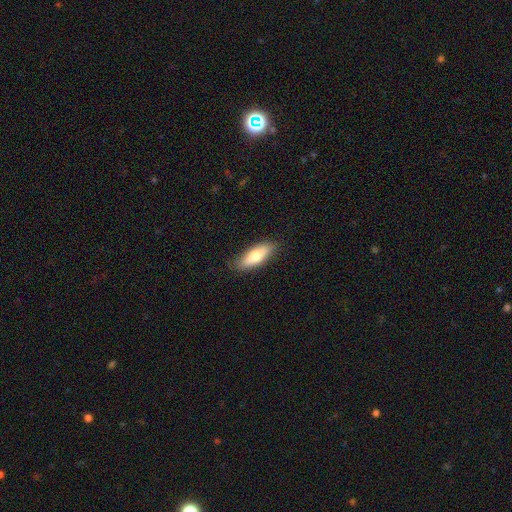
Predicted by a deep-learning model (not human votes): Smooth or featured? Predicted: smooth (p=0.73). How rounded? Predicted: in between (p=0.65). Merging? Predicted: none (p=0.84).